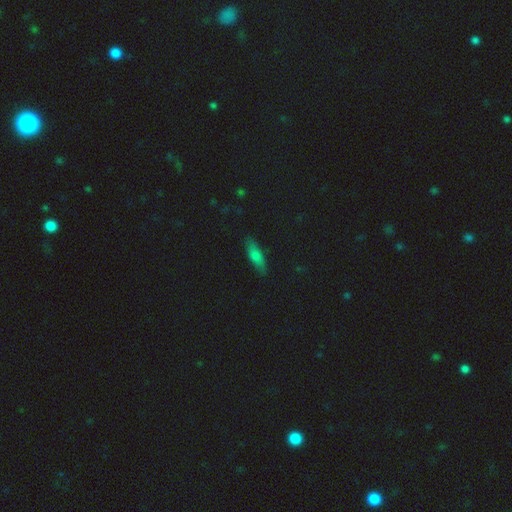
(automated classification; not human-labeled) Morphology: type=smooth (69%); roundness=in between (58%); merging=none (82%).